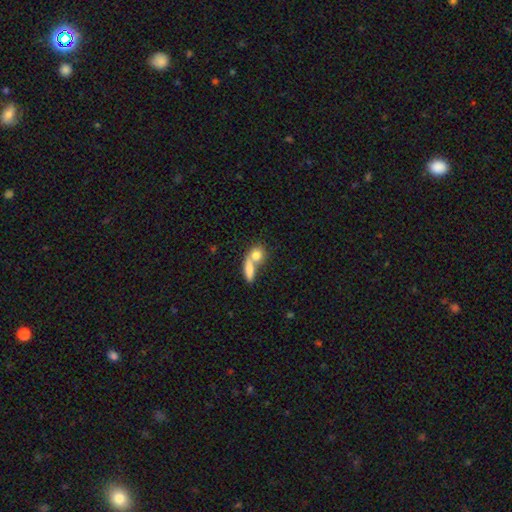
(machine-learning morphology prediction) A smooth galaxy with no disk features (65%) that is in between round and cigar-shaped (48%). Merging: merger (58%).